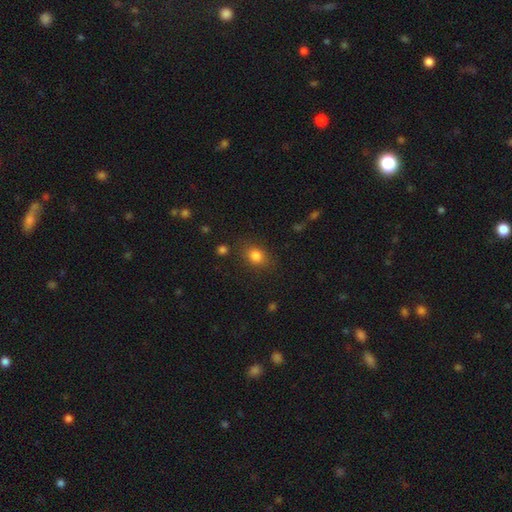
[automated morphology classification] A smooth galaxy with no disk features (82%) that is in between round and cigar-shaped (56%).

Vote fractions:
- Smooth or featured? smooth: 82% / star or artifact: 11% / featured or disk: 7%
- How rounded? in between: 56% / round: 42% / cigar-shaped: 1%
- Merging? none: 82% / minor disturbance: 12% / major disturbance: 4% / merger: 2%